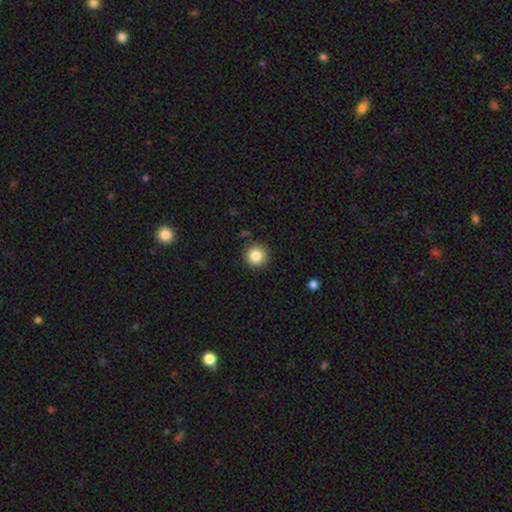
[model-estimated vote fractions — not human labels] smooth_or_featured: smooth (p=0.84) [alt: star or artifact p=0.10]
how_rounded: round (p=0.95) [alt: in between p=0.04]
merging: none (p=0.90) [alt: minor disturbance p=0.07]